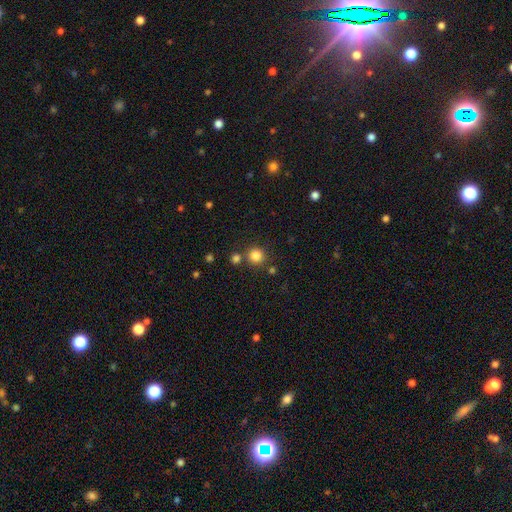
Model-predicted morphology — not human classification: A smooth galaxy with no disk features (84%) that is round (94%). Merging: none (80%).